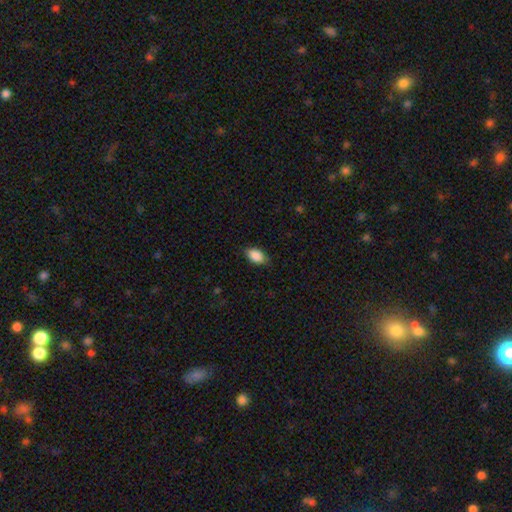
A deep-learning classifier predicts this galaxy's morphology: smooth-or-featured: smooth: 89% | star or artifact: 7% | featured or disk: 4%
  how-rounded: in between: 91% | round: 7% | cigar-shaped: 2%
  merging: none: 83% | minor disturbance: 14% | major disturbance: 3% | merger: 1%